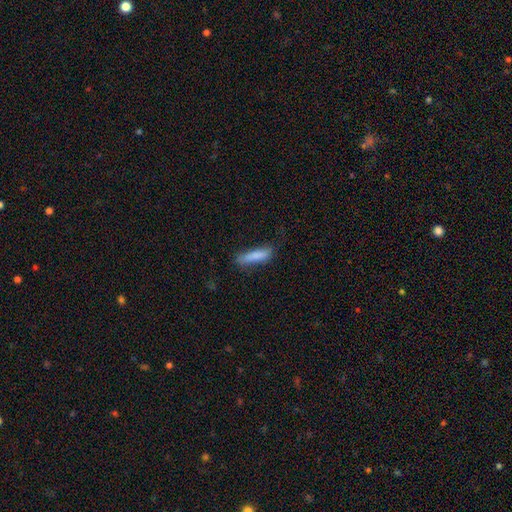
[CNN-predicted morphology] smooth-or-featured: smooth: 83% | featured or disk: 11% | star or artifact: 6%
  how-rounded: cigar-shaped: 76% | in between: 23% | round: 2%
  merging: none: 69% | minor disturbance: 23% | major disturbance: 6% | merger: 2%